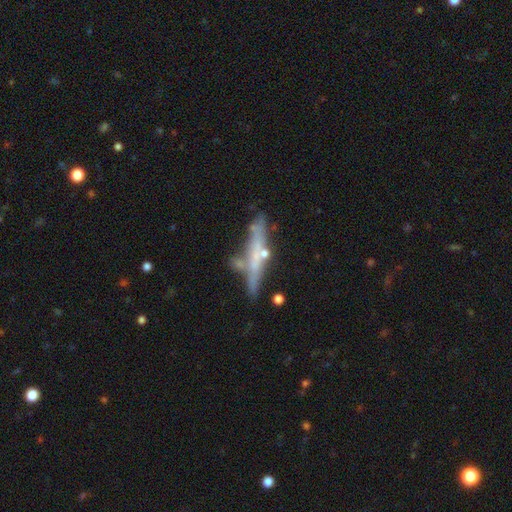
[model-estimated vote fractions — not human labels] Overall: featured or disk (60%; smooth 31%). Edge-on disk: yes (84%). Edge-on bulge: none (47%; rounded 45%). Merging: none (59%; minor disturbance 19%).